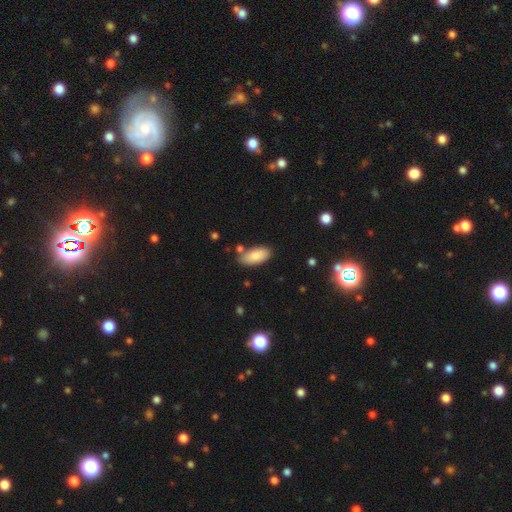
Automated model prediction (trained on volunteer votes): smooth-or-featured: smooth: 84% | featured or disk: 10% | star or artifact: 7%
  how-rounded: in between: 90% | cigar-shaped: 8% | round: 2%
  merging: none: 76% | minor disturbance: 14% | merger: 7% | major disturbance: 3%